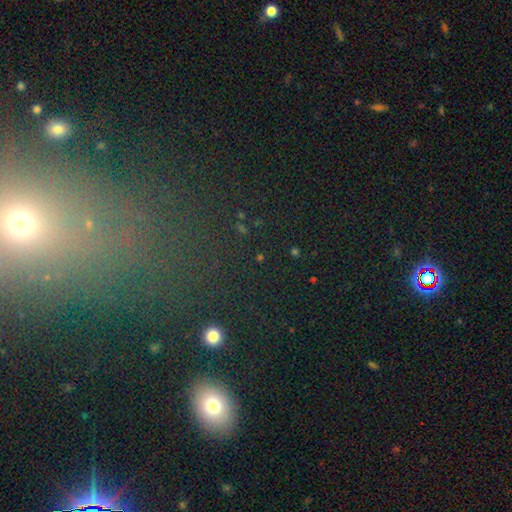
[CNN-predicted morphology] Overall: smooth (43%; star or artifact 41%). Merging: none (71%).